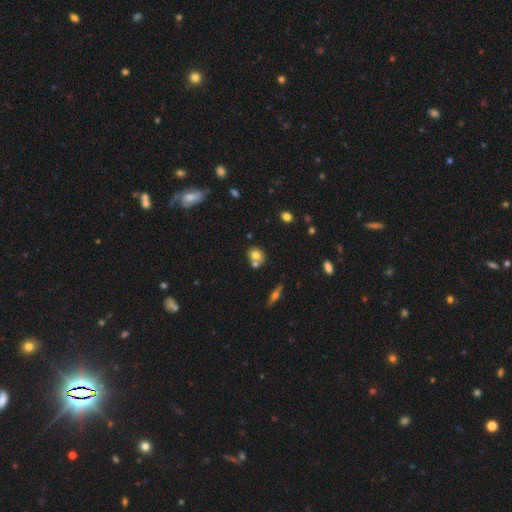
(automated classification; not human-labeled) Smooth or featured? Predicted: smooth (p=0.69). How rounded? Predicted: round (p=0.69). Merging? Predicted: none (p=0.54).